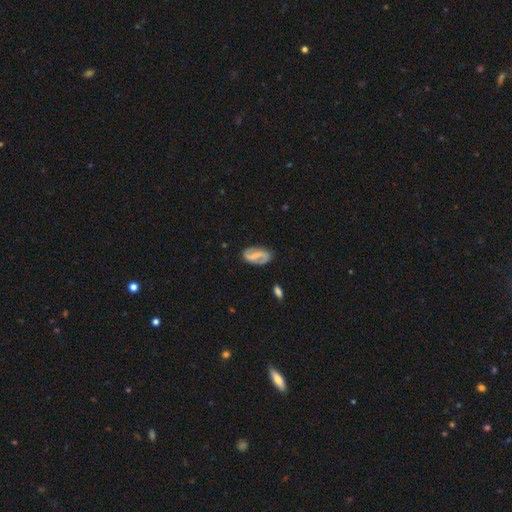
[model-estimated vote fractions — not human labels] A featured or disk galaxy (76%) with a strong bar (44%), 2 (90%) loose (46%) spiral arms (90%) and no central bulge (48%).

Vote fractions:
- Smooth or featured? featured or disk: 76% / smooth: 18% / star or artifact: 6%
- Edge-on disk? no: 97% / yes: 3%
- Bar? strong: 44% / weak: 36% / no: 20%
- Spiral arms? yes: 90% / no: 10%
- Spiral winding? loose: 46% / medium: 37% / tight: 17%
- Spiral arm count? 2: 90% / can't tell: 4% / 1: 3% / 3: 1% / 4: 1% / more than 4: 1%
- Bulge size? none: 48% / small: 31% / moderate: 17% / large: 3% / dominant: 1%
- Merging? none: 81% / minor disturbance: 13% / major disturbance: 4% / merger: 2%